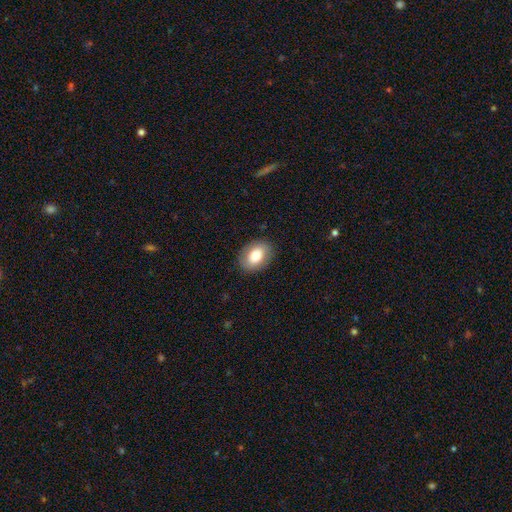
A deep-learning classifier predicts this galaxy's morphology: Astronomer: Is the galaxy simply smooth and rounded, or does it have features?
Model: smooth — 73%.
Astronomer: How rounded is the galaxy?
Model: in between — 78%.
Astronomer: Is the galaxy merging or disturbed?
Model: none — 86%.